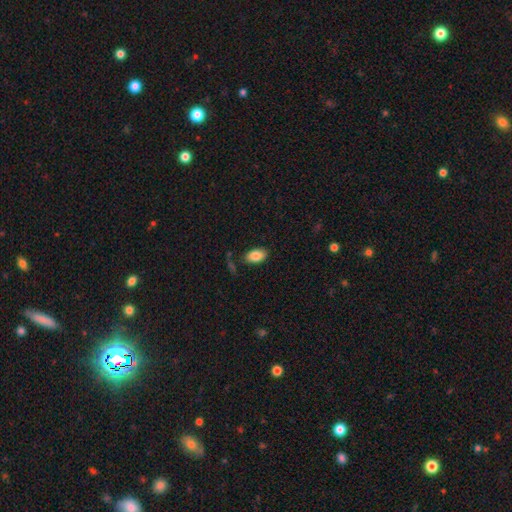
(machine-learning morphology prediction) This is clearly a smooth galaxy (86%). How rounded: clearly in between (94%). Merging: clearly none (83%).